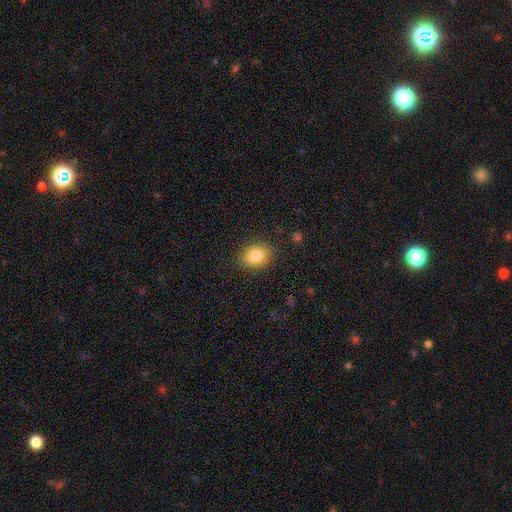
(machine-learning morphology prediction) Smooth or featured: smooth — 84% (star or artifact — 9%)
How rounded: round — 54% (in between — 45%)
Merging: none — 86% (minor disturbance — 10%)